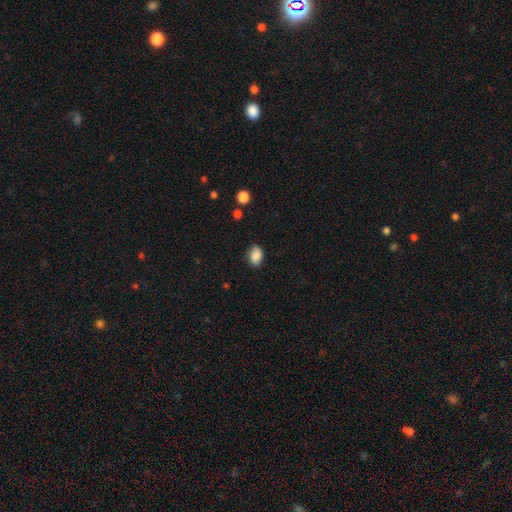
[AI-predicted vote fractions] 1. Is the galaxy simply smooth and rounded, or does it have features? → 87% smooth, 8% star or artifact, 5% featured or disk.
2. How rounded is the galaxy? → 80% in between, 19% round, 1% cigar-shaped.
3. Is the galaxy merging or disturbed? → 81% none, 15% minor disturbance, 3% major disturbance, 1% merger.